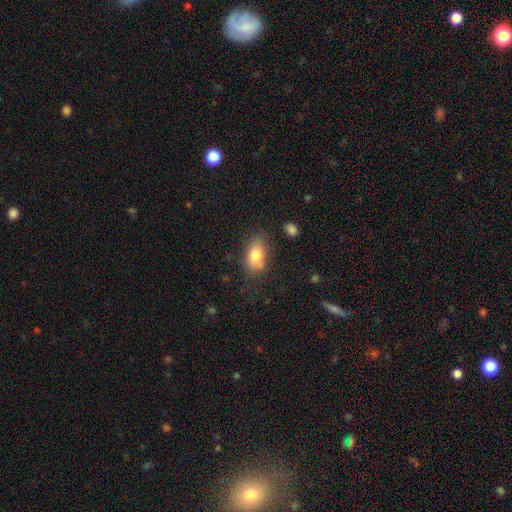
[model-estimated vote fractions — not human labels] A smooth galaxy with no disk features (79%) that is in between round and cigar-shaped (88%). Merging: none (66%).